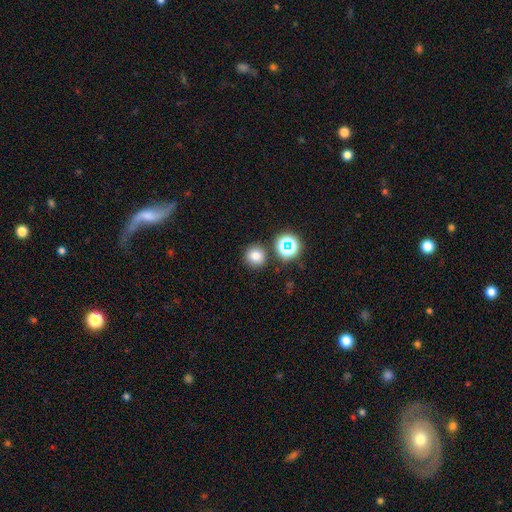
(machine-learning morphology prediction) This is likely a smooth galaxy (74%). How rounded: clearly round (91%). Merging: clearly none (83%).